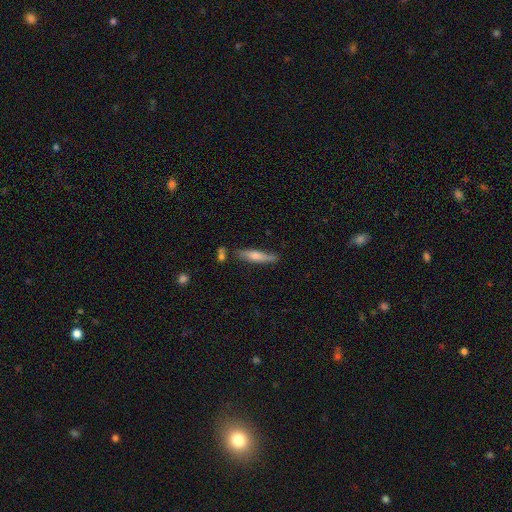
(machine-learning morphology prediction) This is possibly a smooth galaxy (56%). How rounded: clearly cigar-shaped (87%). Merging: likely none (76%).